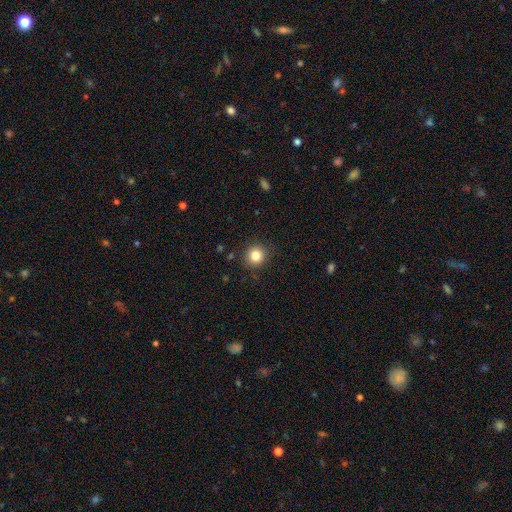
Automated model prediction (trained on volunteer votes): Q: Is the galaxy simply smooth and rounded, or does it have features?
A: smooth — 83%.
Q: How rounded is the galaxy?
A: round — 90%.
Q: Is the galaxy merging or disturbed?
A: none — 89%.